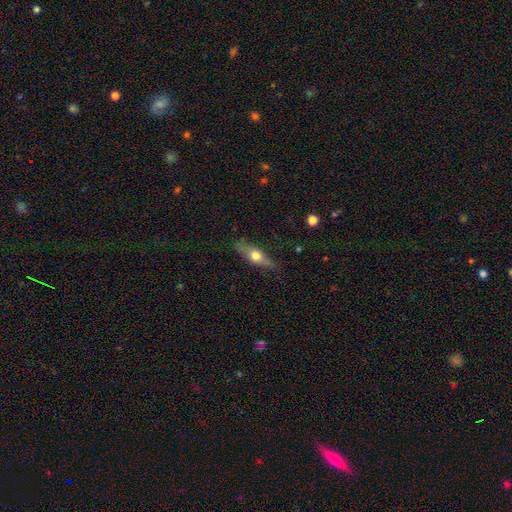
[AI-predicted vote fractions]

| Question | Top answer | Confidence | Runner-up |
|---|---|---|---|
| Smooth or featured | smooth | 52% | featured or disk (41%) |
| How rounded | in between | 48% | cigar-shaped (46%) |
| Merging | none | 78% | minor disturbance (17%) |